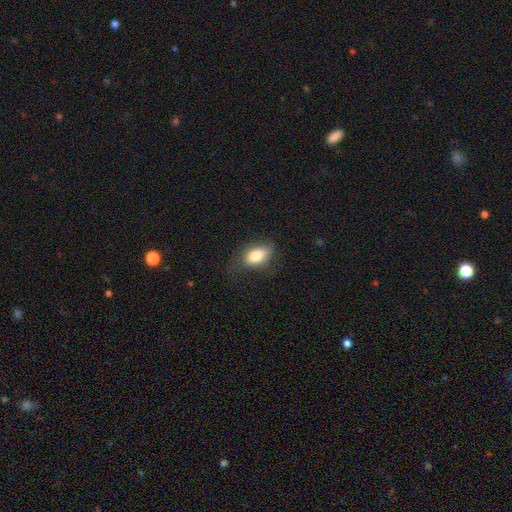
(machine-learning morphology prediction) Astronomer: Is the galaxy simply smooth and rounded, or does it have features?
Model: smooth — 80%.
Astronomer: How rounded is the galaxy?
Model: in between — 87%.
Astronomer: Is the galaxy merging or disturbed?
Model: none — 65%.